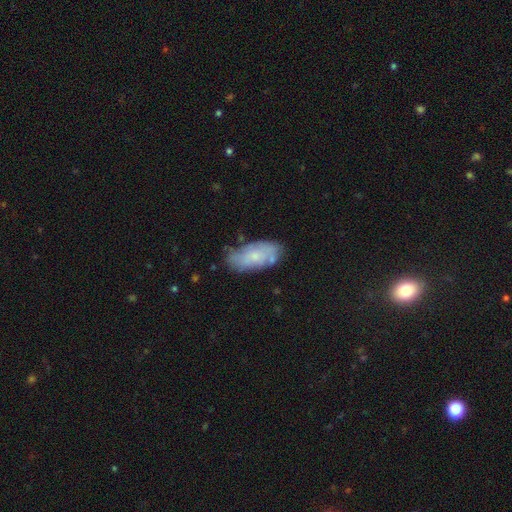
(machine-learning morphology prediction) A smooth galaxy with no disk features (56%) that is in between round and cigar-shaped (89%). Merging: none (65%).